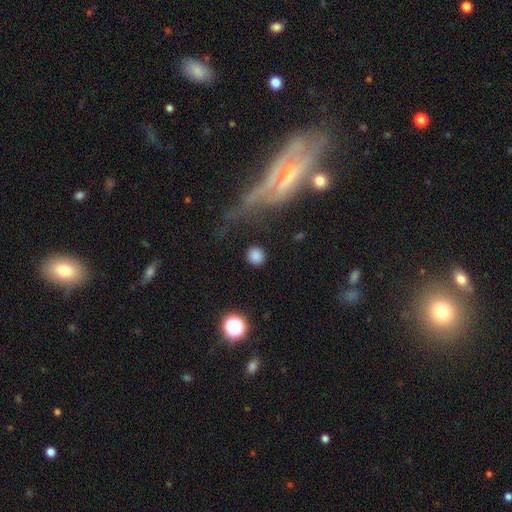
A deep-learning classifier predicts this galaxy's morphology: This appears to be a smooth galaxy with no disk features (83%) that is round (92%). Merging: none (86%).